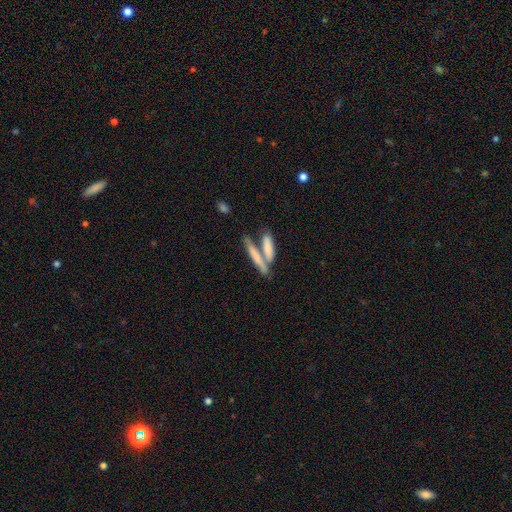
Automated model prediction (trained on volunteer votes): Smooth or featured: smooth — 65% (featured or disk — 29%)
How rounded: cigar-shaped — 84% (in between — 13%)
Merging: none — 46% (merger — 39%)